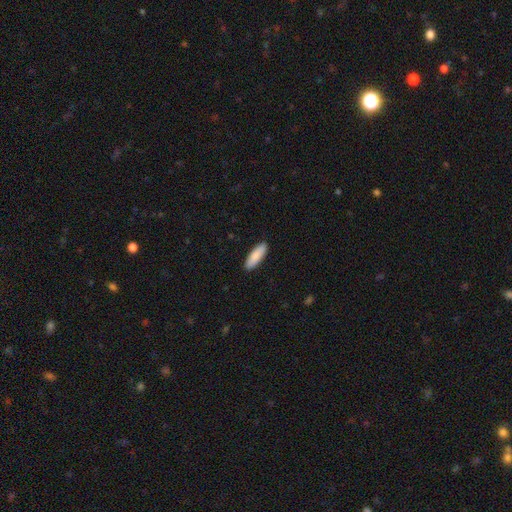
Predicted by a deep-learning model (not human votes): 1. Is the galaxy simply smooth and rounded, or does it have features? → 88% smooth, 7% featured or disk, 5% star or artifact.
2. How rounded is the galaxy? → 52% in between, 47% cigar-shaped, 1% round.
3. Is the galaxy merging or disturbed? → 90% none, 7% minor disturbance, 1% major disturbance, 1% merger.